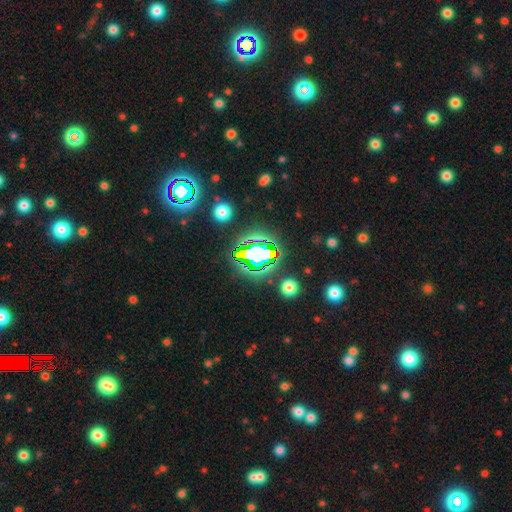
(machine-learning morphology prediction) smooth-or-featured: star or artifact: 70% | smooth: 17% | featured or disk: 13%